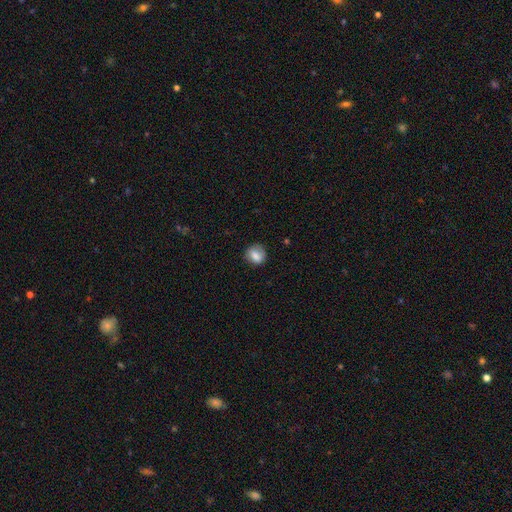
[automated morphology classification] Overall: smooth (79%). How rounded: round (70%). Merging: none (76%).